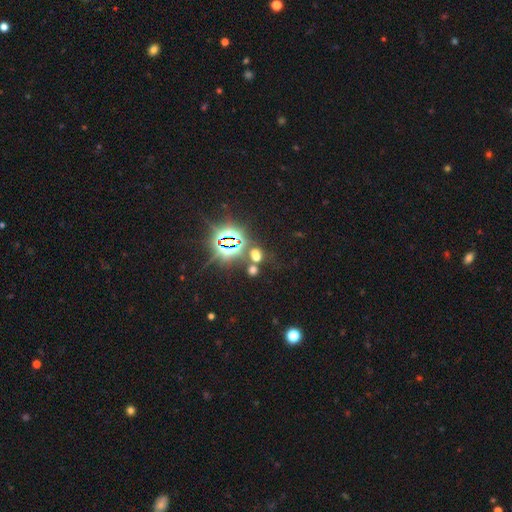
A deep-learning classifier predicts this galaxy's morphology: Q: Smooth or featured?
A: star or artifact (57%); runner-up: smooth (35%)